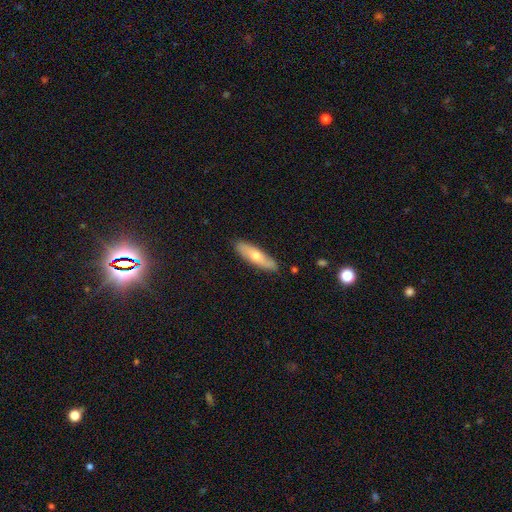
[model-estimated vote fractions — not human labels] Smooth or featured? Predicted: smooth (p=0.58). How rounded? Predicted: cigar-shaped (p=0.68). Merging? Predicted: none (p=0.86).